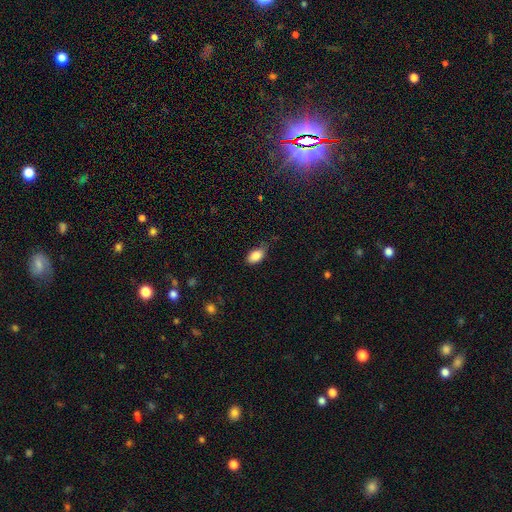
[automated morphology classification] smooth_or_featured: smooth (p=0.87) [alt: star or artifact p=0.08]
how_rounded: in between (p=0.91) [alt: round p=0.06]
merging: none (p=0.64) [alt: minor disturbance p=0.29]